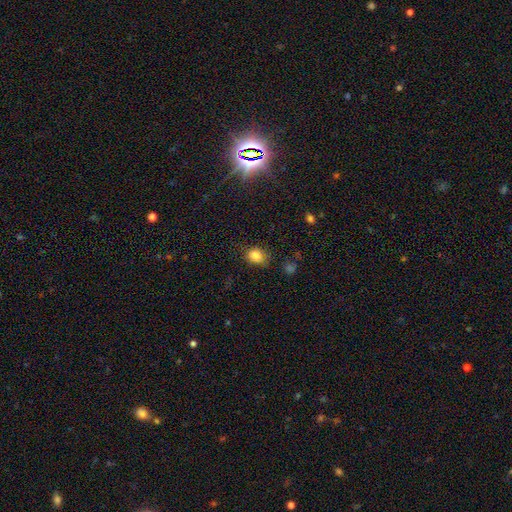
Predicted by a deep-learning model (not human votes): A smooth galaxy with no disk features (84%) that is round (51%).

Vote fractions:
- Smooth or featured? smooth: 84% / star or artifact: 11% / featured or disk: 6%
- How rounded? round: 51% / in between: 48% / cigar-shaped: 1%
- Merging? none: 74% / minor disturbance: 19% / major disturbance: 5% / merger: 2%